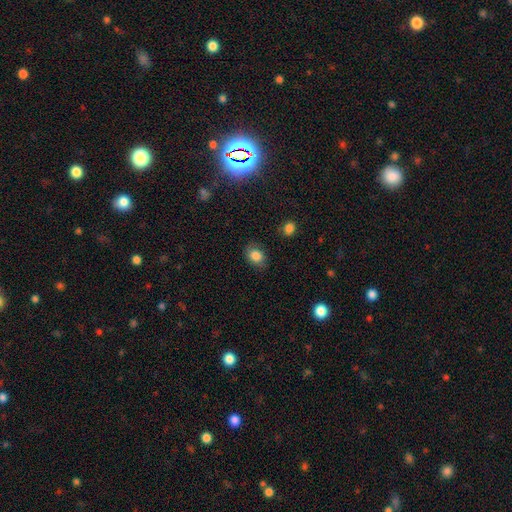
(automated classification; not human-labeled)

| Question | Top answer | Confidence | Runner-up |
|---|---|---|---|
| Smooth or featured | smooth | 84% | star or artifact (9%) |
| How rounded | in between | 62% | round (36%) |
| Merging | none | 79% | minor disturbance (16%) |